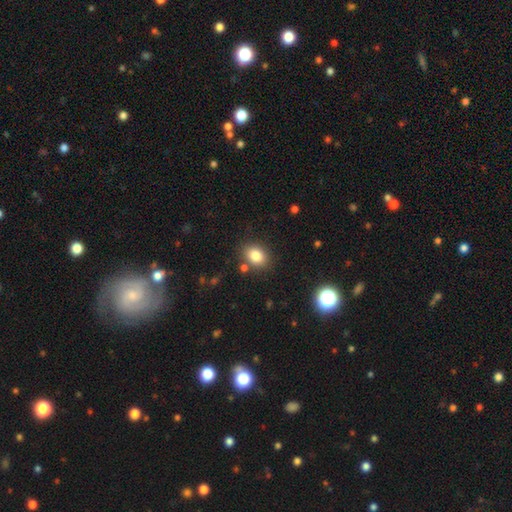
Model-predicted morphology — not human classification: smooth-or-featured: smooth: 82% | star or artifact: 10% | featured or disk: 7%
  how-rounded: in between: 64% | round: 35% | cigar-shaped: 1%
  merging: none: 82% | minor disturbance: 10% | merger: 5% | major disturbance: 3%